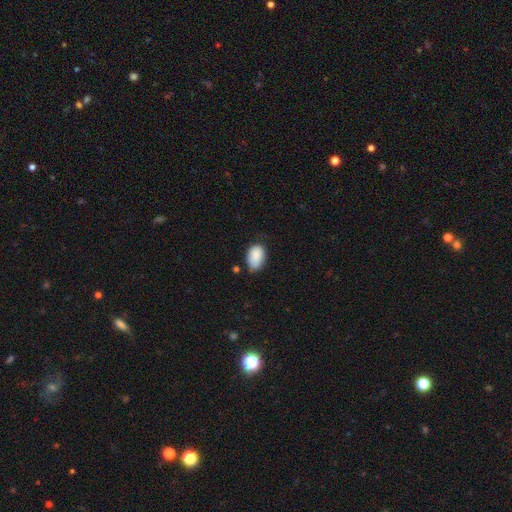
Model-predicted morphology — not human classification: Smooth or featured? smooth (88%)
How rounded? in between (91%)
Merging? none (63%)